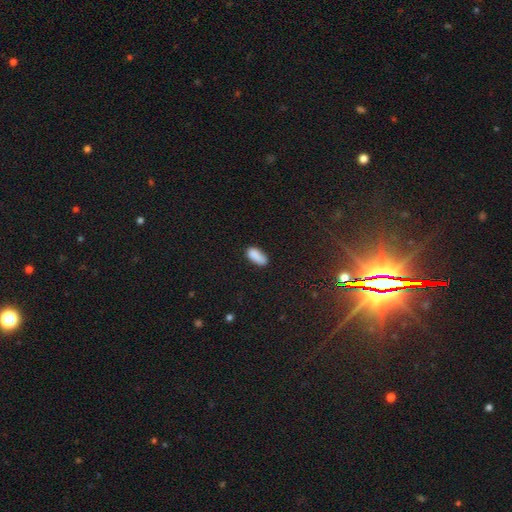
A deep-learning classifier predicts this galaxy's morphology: This is clearly a smooth galaxy (88%). How rounded: clearly in between (86%). Merging: likely none (74%).